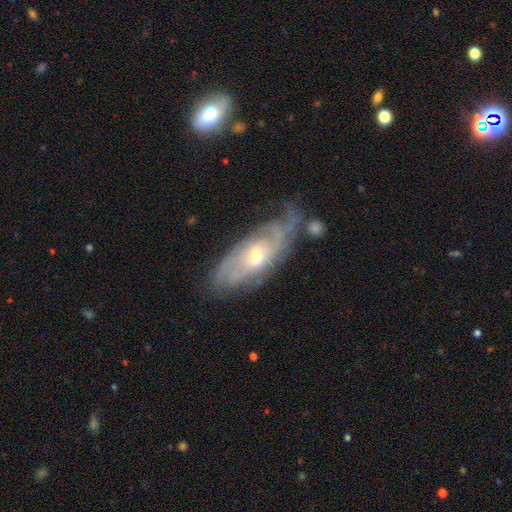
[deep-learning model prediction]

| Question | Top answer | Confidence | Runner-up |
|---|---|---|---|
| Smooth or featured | featured or disk | 81% | smooth (12%) |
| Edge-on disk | no | 88% | yes (12%) |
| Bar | no | 65% | weak (29%) |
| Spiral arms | yes | 91% | no (9%) |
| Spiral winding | tight | 61% | medium (29%) |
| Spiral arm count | can't tell | 48% | 2 (23%) |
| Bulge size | small | 51% | moderate (45%) |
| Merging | none | 58% | minor disturbance (25%) |